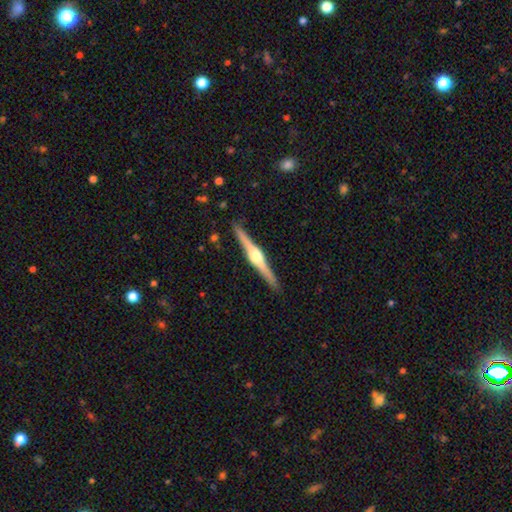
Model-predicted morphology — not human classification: This is clearly a featured or disk galaxy (83%). It is clearly viewed edge-on (99%). Edge-on bulge: clearly rounded (92%). Merging: clearly none (91%).